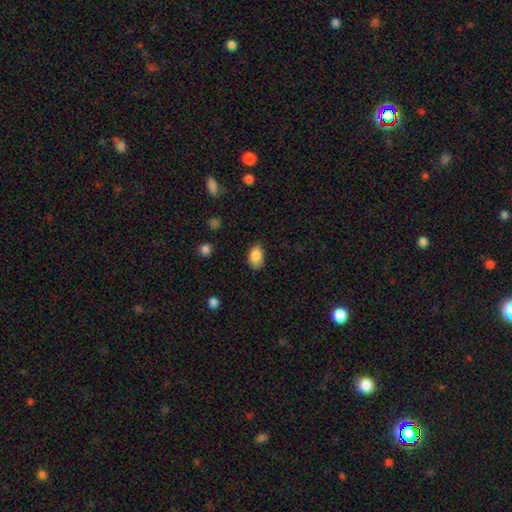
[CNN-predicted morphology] Smooth or featured? smooth (87%)
How rounded? in between (88%)
Merging? none (80%)